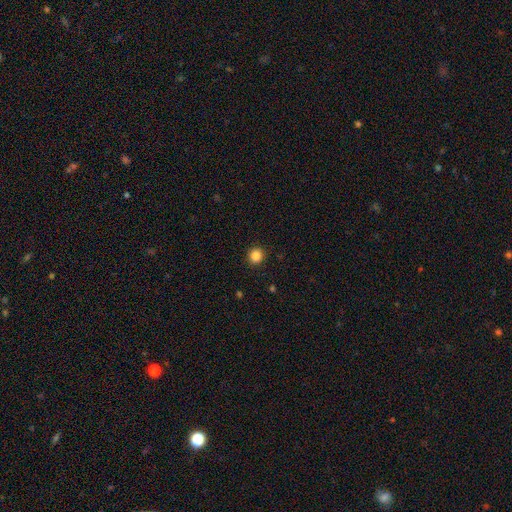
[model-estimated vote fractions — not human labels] smooth_or_featured: smooth (p=0.86) [alt: star or artifact p=0.11]
how_rounded: round (p=0.87) [alt: in between p=0.12]
merging: none (p=0.92) [alt: minor disturbance p=0.05]